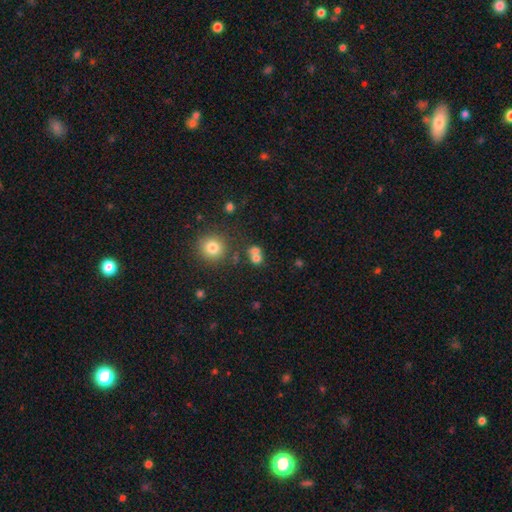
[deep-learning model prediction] Smooth or featured? smooth (71%)
How rounded? round (77%)
Merging? merger (47%)